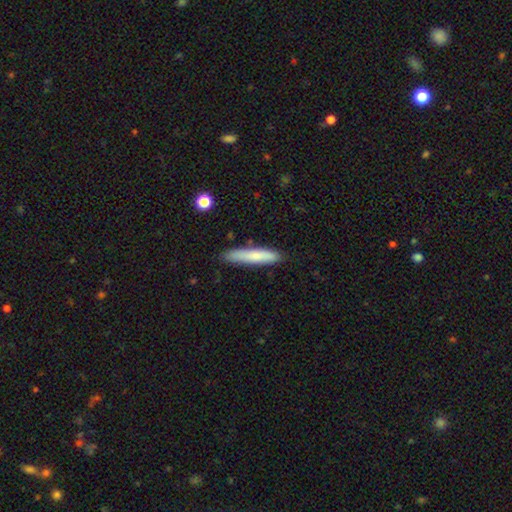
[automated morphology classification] smooth 74%, featured or disk 20%, star or artifact 6%. Down the decision tree: how rounded — cigar-shaped (88%); merging — none (82%).